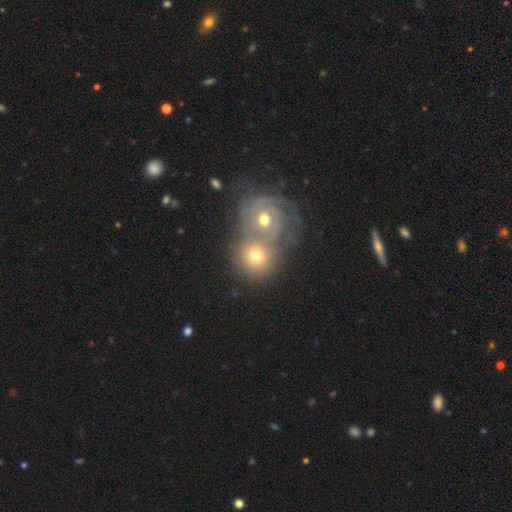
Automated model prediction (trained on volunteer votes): Smooth or featured?
  - smooth: 49% *
  - featured or disk: 41%
  - star or artifact: 10%
Merging?
  - merger: 61% *
  - none: 29%
  - minor disturbance: 7%
  - major disturbance: 4%